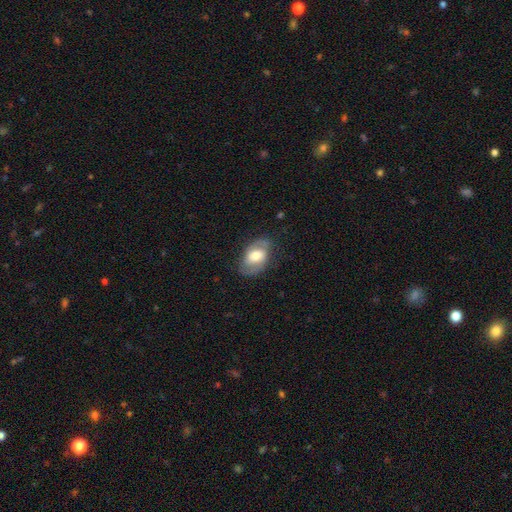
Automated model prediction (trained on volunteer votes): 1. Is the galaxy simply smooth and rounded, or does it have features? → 59% featured or disk, 35% smooth, 6% star or artifact.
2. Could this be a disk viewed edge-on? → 94% no, 6% yes.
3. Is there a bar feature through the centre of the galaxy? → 41% no, 40% weak, 19% strong.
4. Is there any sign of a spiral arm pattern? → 74% yes, 26% no.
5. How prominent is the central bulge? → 60% moderate, 23% large, 13% small, 2% dominant, 2% none.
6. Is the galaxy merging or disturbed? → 73% none, 18% minor disturbance, 8% major disturbance, 1% merger.